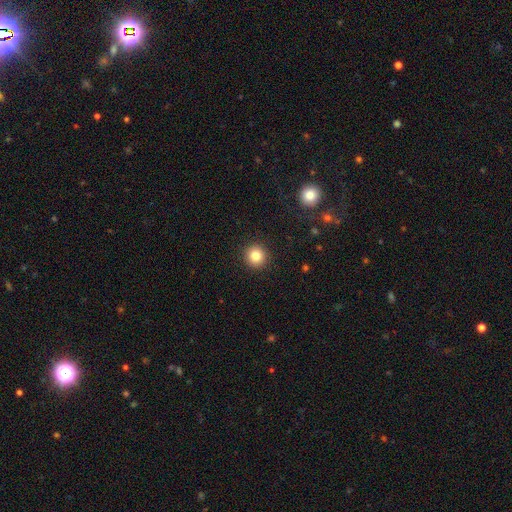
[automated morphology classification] This is clearly a smooth galaxy (83%). How rounded: clearly round (93%). Merging: clearly none (92%).